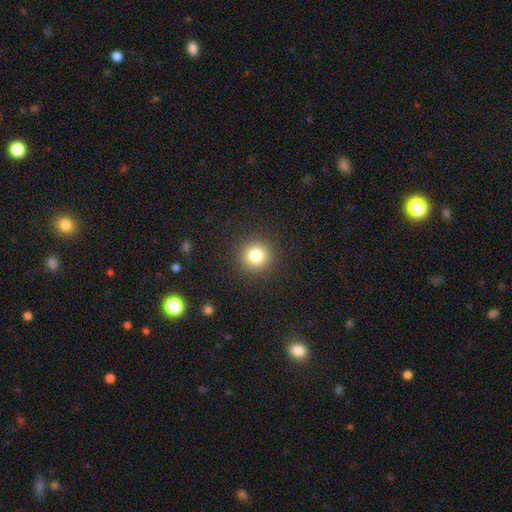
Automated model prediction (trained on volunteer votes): smooth-or-featured: smooth: 81% | star or artifact: 12% | featured or disk: 7%
  how-rounded: round: 94% | in between: 5% | cigar-shaped: 1%
  merging: none: 91% | minor disturbance: 5% | major disturbance: 2% | merger: 1%